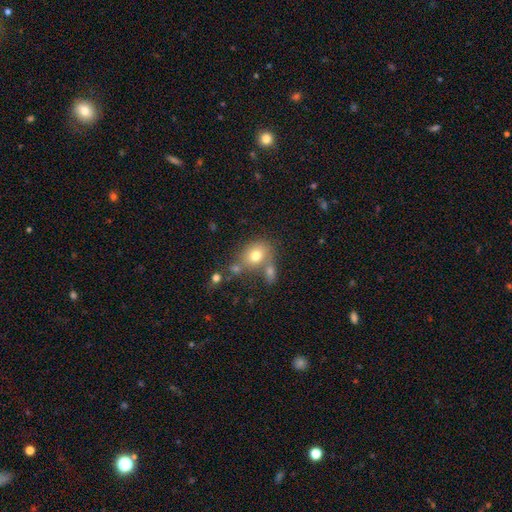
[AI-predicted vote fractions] Smooth or featured: smooth — 74% (featured or disk — 15%)
How rounded: round — 49% (tied with in between — 49%)
Merging: none — 49% (merger — 30%)